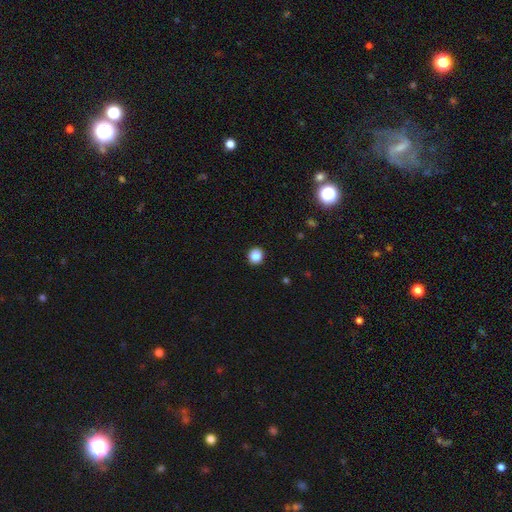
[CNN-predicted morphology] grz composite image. It shows a smooth galaxy with no disk features (88%) that is round (92%). Merging: none (92%).